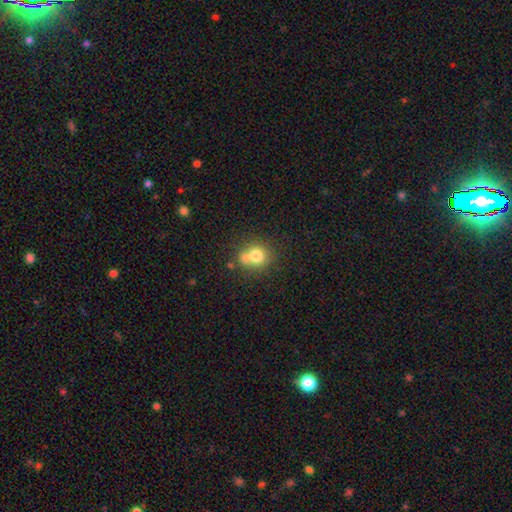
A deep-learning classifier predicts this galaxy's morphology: The model was most divided on "merging": none: 46%, merger: 40%, minor disturbance: 10%, major disturbance: 4%. More confident: how rounded — round (81%); smooth or featured — smooth (74%).